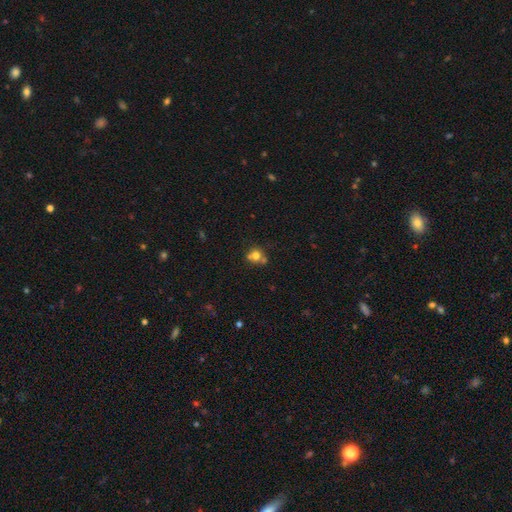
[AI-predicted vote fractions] smooth-or-featured: smooth: 71% | featured or disk: 15% | star or artifact: 14%
  how-rounded: round: 81% | in between: 18% | cigar-shaped: 1%
  merging: none: 51% | merger: 32% | minor disturbance: 12% | major disturbance: 5%